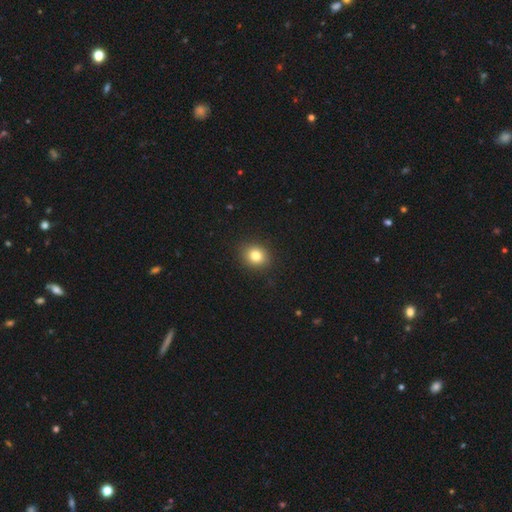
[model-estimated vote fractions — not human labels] Smooth or featured? smooth (81%)
How rounded? round (69%)
Merging? none (90%)